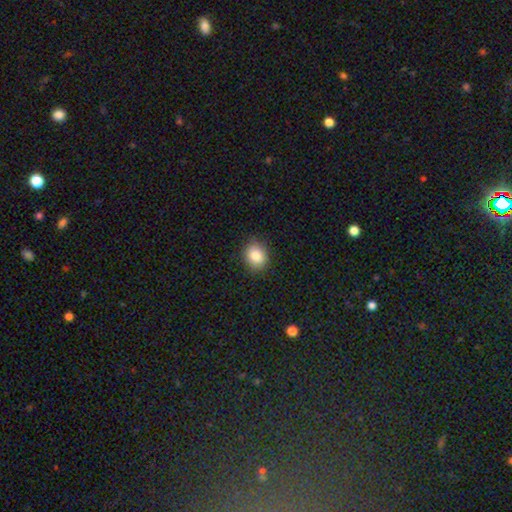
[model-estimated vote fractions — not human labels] This appears to be a smooth galaxy with no disk features (85%) that is round (60%). Merging: none (85%).